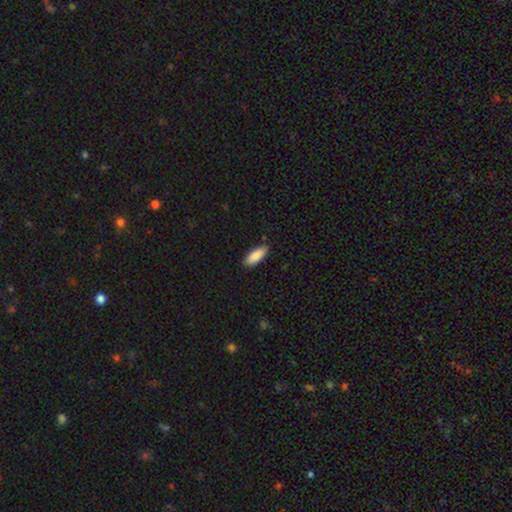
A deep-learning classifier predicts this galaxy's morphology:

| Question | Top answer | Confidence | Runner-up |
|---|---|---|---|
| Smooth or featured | smooth | 89% | star or artifact (6%) |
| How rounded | in between | 81% | cigar-shaped (17%) |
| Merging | none | 85% | minor disturbance (11%) |